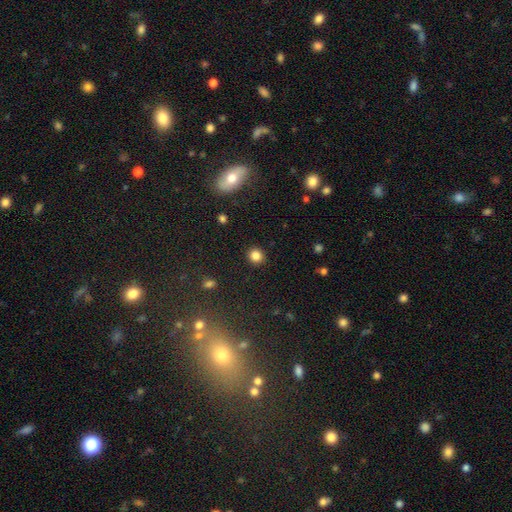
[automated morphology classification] Smooth or featured?
  - smooth: 84% *
  - star or artifact: 11%
  - featured or disk: 4%
How rounded?
  - round: 86% *
  - in between: 13%
  - cigar-shaped: 1%
Merging?
  - none: 91% *
  - minor disturbance: 6%
  - major disturbance: 2%
  - merger: 1%